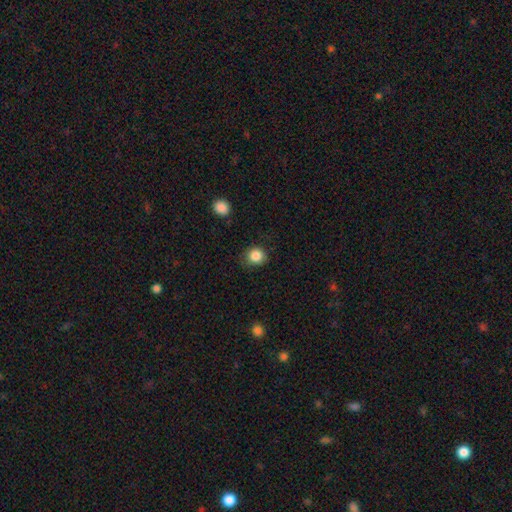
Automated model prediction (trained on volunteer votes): Smooth or featured?
  - smooth: 86% *
  - star or artifact: 10%
  - featured or disk: 4%
How rounded?
  - round: 82% *
  - in between: 17%
  - cigar-shaped: 1%
Merging?
  - none: 77% *
  - minor disturbance: 17%
  - major disturbance: 4%
  - merger: 1%